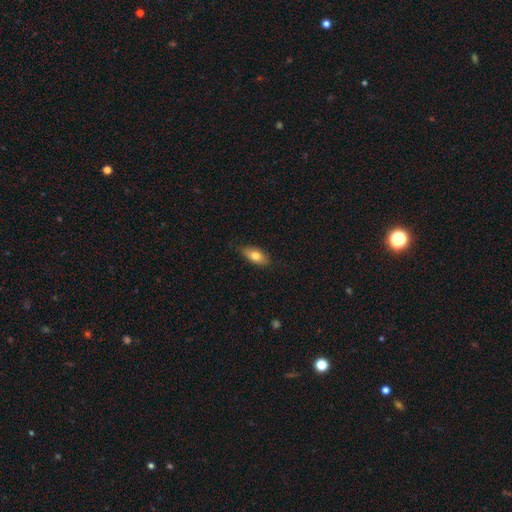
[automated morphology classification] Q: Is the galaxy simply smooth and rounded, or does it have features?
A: smooth — 74%.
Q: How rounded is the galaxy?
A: in between — 85%.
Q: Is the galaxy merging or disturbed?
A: none — 82%.